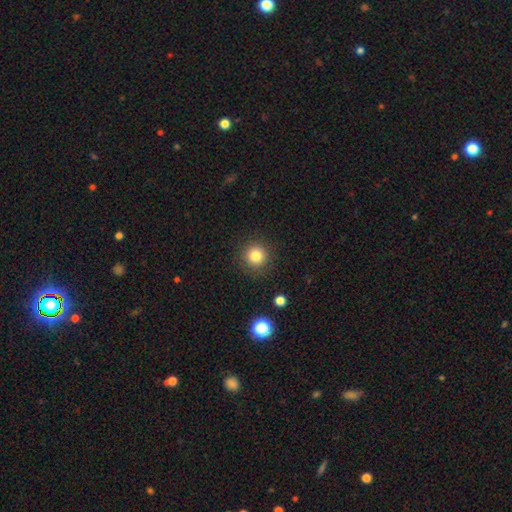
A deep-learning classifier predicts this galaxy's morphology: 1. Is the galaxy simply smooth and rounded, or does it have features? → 82% smooth, 12% star or artifact, 7% featured or disk.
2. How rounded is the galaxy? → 95% round, 4% in between, 1% cigar-shaped.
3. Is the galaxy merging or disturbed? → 89% none, 7% minor disturbance, 3% major disturbance, 1% merger.